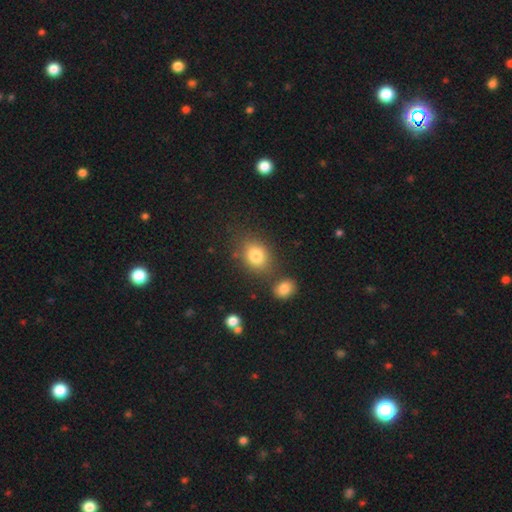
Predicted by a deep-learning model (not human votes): Overall: smooth (81%). How rounded: in between (54%; round 44%). Merging: none (69%).